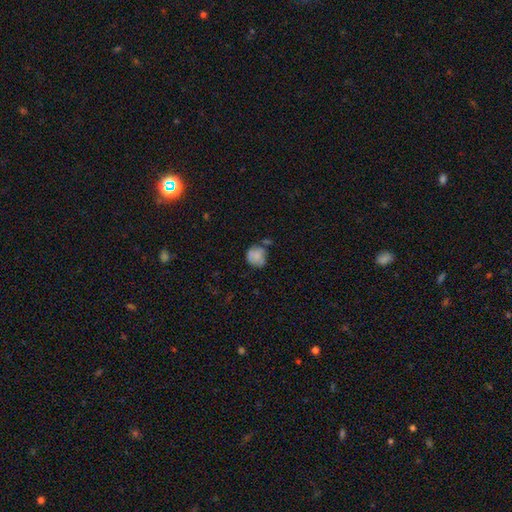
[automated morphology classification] Smooth or featured: smooth — 67% (featured or disk — 23%)
How rounded: round — 74% (in between — 25%)
Merging: none — 44% (minor disturbance — 30%)